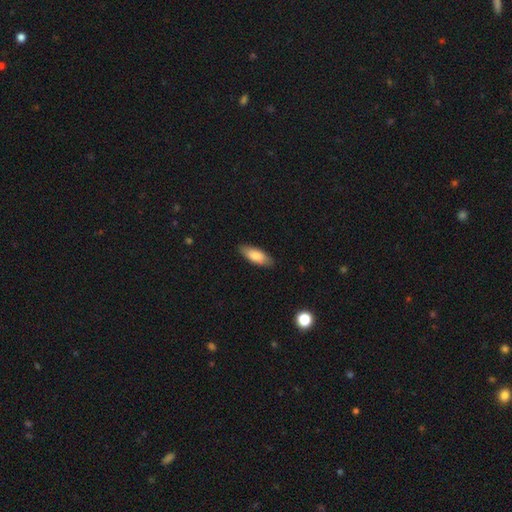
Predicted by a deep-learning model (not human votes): A smooth galaxy with no disk features (81%) that is in between round and cigar-shaped (73%). Merging: none (86%).